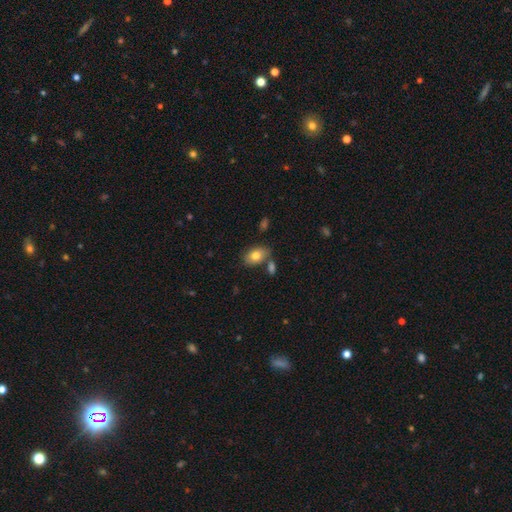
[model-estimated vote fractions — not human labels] smooth 79%, featured or disk 14%, star or artifact 8%. Down the decision tree: how rounded — in between (87%); merging — none (69%).